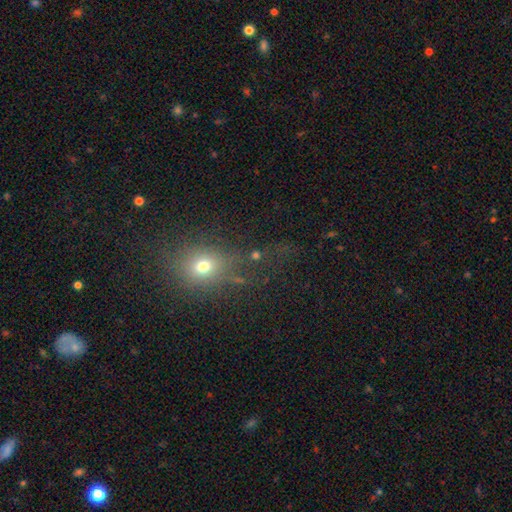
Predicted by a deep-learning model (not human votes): This is possibly a smooth galaxy (49%). Merging: possibly none (58%).